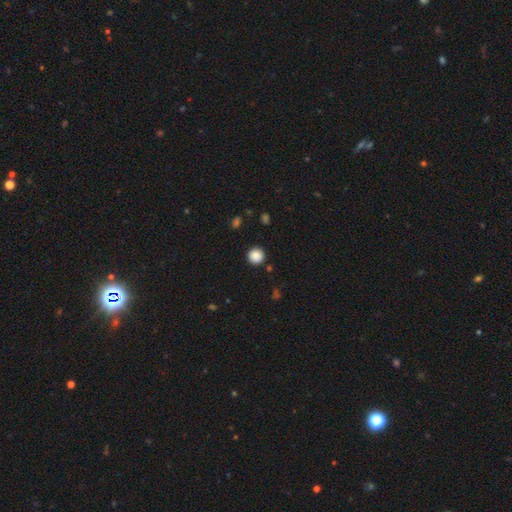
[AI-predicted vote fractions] A smooth galaxy with no disk features (86%) that is round (95%).

Vote fractions:
- Smooth or featured? smooth: 86% / star or artifact: 9% / featured or disk: 5%
- How rounded? round: 95% / in between: 4% / cigar-shaped: 1%
- Merging? none: 91% / minor disturbance: 6% / major disturbance: 2% / merger: 1%